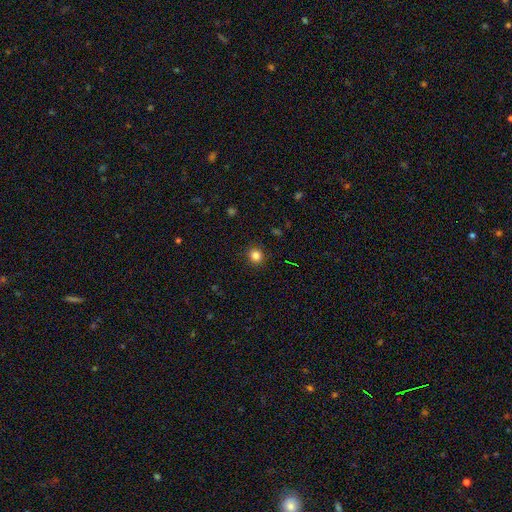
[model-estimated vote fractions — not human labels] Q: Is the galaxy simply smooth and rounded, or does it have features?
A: smooth — 84%.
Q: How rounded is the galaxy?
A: round — 88%.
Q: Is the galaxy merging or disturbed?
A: none — 91%.